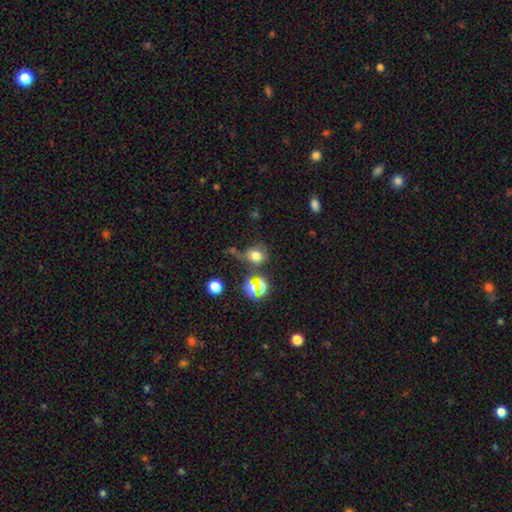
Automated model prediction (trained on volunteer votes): A smooth galaxy with no disk features (68%) that is round (73%).

Vote fractions:
- Smooth or featured? smooth: 68% / star or artifact: 22% / featured or disk: 10%
- How rounded? round: 73% / in between: 25% / cigar-shaped: 1%
- Merging? none: 56% / minor disturbance: 17% / merger: 16% / major disturbance: 11%